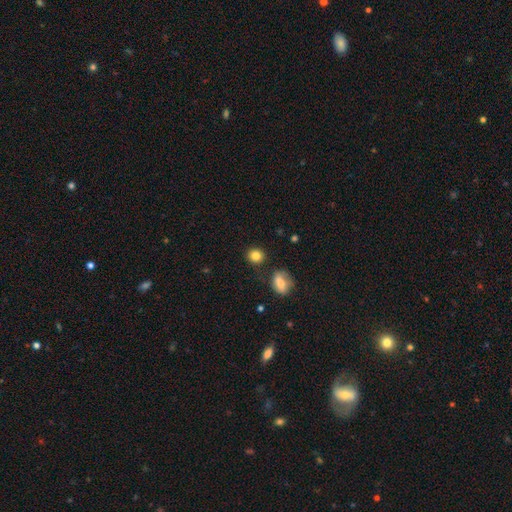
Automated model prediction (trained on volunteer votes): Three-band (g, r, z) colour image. It shows a smooth galaxy with no disk features (84%) that is round (83%). Merging: none (83%).